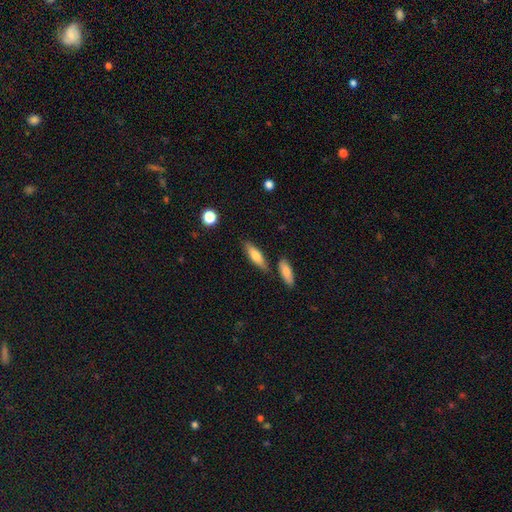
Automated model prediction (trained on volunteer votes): Overall: smooth (68%). How rounded: cigar-shaped (50%; in between 47%). Merging: none (78%).